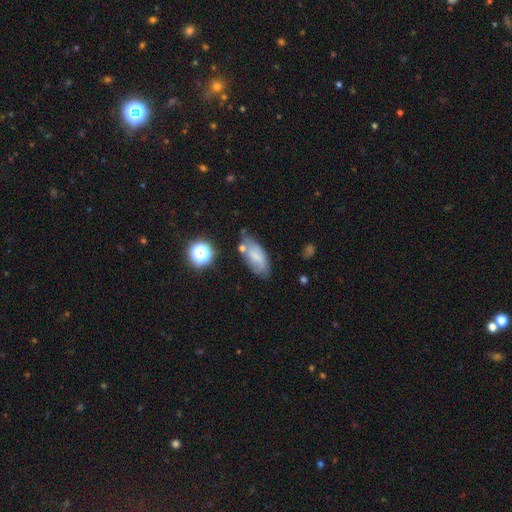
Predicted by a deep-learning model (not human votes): smooth_or_featured: smooth (p=0.67) [alt: featured or disk p=0.23]
how_rounded: in between (p=0.85) [alt: cigar-shaped p=0.11]
merging: none (p=0.61) [alt: minor disturbance p=0.24]